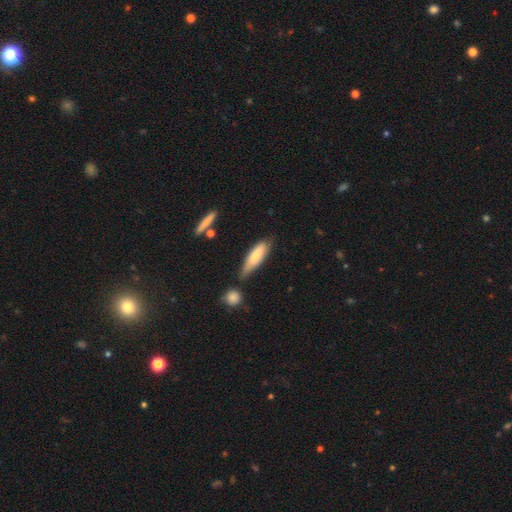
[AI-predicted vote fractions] Overall: smooth (76%). How rounded: cigar-shaped (56%; in between 42%). Merging: none (55%; minor disturbance 30%).